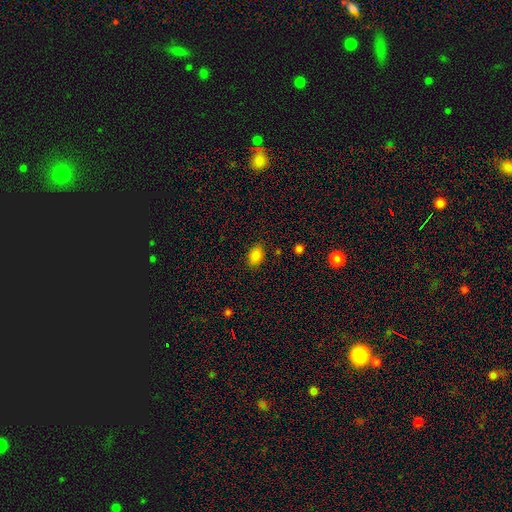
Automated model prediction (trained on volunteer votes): This is clearly a smooth galaxy (86%). How rounded: clearly in between (84%). Merging: clearly none (85%).